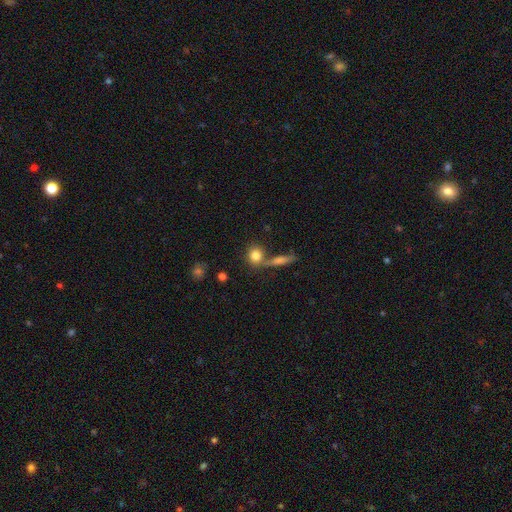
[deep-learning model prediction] Smooth or featured? Predicted: smooth (p=0.80). How rounded? Predicted: round (p=0.76). Merging? Predicted: none (p=0.59).